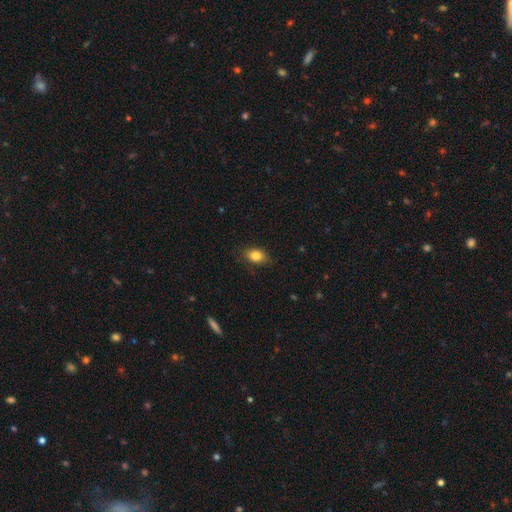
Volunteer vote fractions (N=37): A smooth galaxy with no disk features (89%) that is in between round and cigar-shaped (79%).

Vote fractions:
- Smooth or featured? smooth: 89% / featured or disk: 5% / star or artifact: 5%
- How rounded? in between: 79% / round: 21% / cigar-shaped: 0%
- Merging? none: 86% / minor disturbance: 6% / major disturbance: 6% / merger: 3%